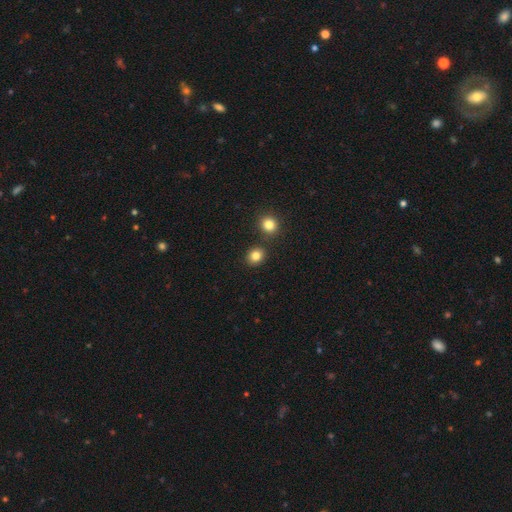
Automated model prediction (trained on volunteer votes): Smooth or featured?
  - smooth: 83% *
  - star or artifact: 12%
  - featured or disk: 5%
How rounded?
  - round: 73% *
  - in between: 26%
  - cigar-shaped: 1%
Merging?
  - none: 83% *
  - merger: 8%
  - minor disturbance: 7%
  - major disturbance: 2%